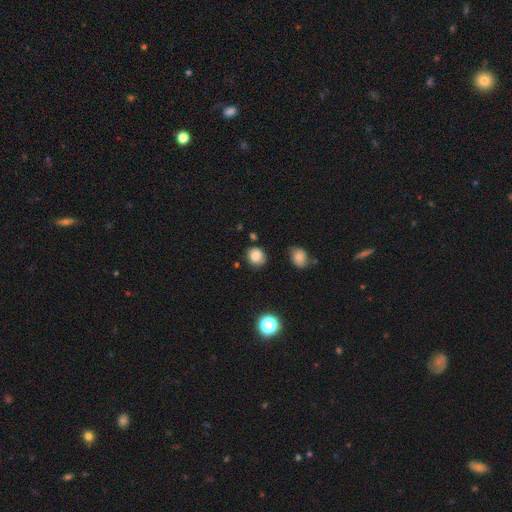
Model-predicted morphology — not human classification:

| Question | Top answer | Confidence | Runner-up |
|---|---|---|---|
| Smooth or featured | smooth | 82% | star or artifact (11%) |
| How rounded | round | 77% | in between (22%) |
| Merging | none | 77% | minor disturbance (17%) |